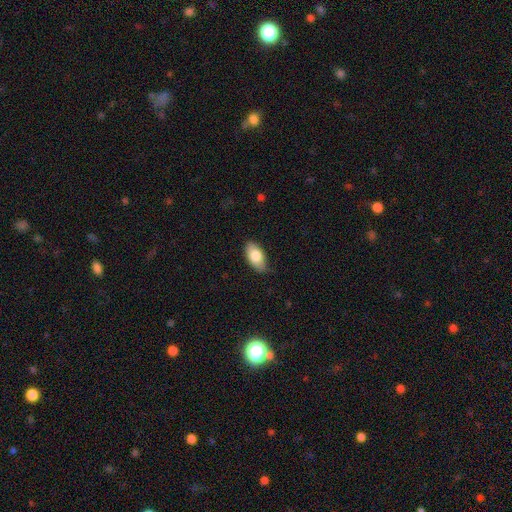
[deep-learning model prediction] The model was most divided on "merging": none: 74%, minor disturbance: 21%, major disturbance: 3%, merger: 1%. More confident: how rounded — in between (93%); smooth or featured — smooth (80%).